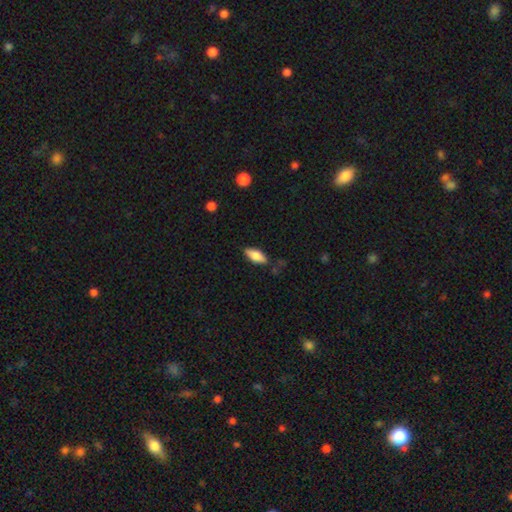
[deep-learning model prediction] smooth-or-featured: smooth: 78% | featured or disk: 16% | star or artifact: 6%
  how-rounded: in between: 79% | cigar-shaped: 19% | round: 2%
  merging: none: 78% | minor disturbance: 16% | major disturbance: 3% | merger: 3%